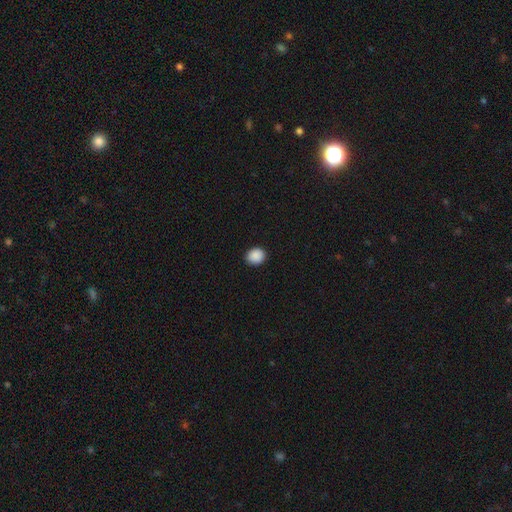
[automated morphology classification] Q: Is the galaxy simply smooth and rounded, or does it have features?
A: smooth — 90%.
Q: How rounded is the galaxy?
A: round — 76%.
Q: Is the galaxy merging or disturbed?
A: none — 91%.